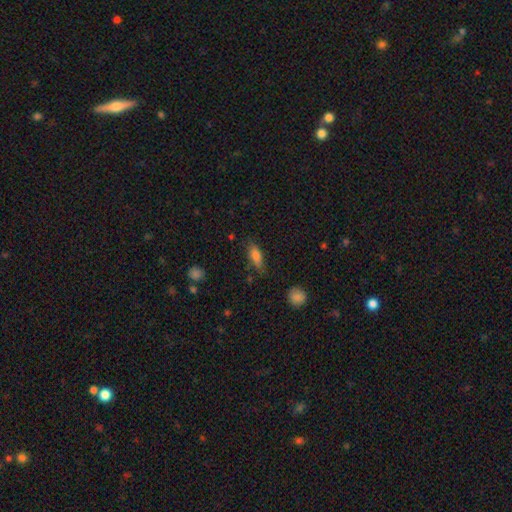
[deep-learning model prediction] A smooth galaxy with no disk features (77%) that is in between round and cigar-shaped (70%).

Vote fractions:
- Smooth or featured? smooth: 77% / featured or disk: 15% / star or artifact: 8%
- How rounded? in between: 70% / cigar-shaped: 27% / round: 3%
- Merging? none: 73% / minor disturbance: 20% / major disturbance: 5% / merger: 2%